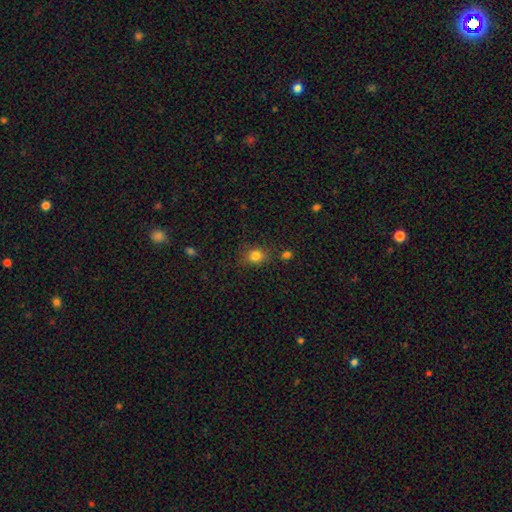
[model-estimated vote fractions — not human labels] Smooth or featured? smooth (82%)
How rounded? round (71%)
Merging? none (76%)